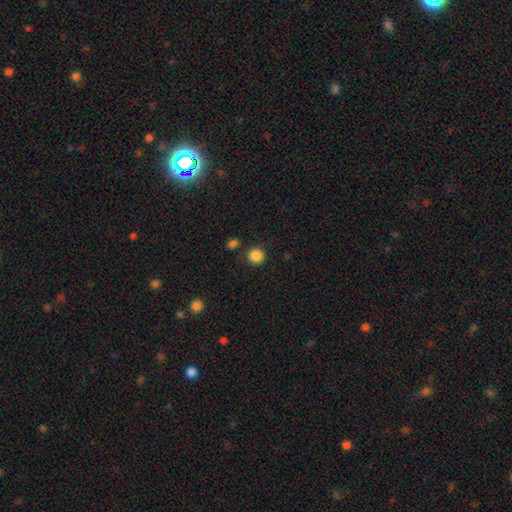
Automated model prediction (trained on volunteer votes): This is clearly a smooth galaxy (86%). How rounded: clearly round (93%). Merging: clearly none (87%).